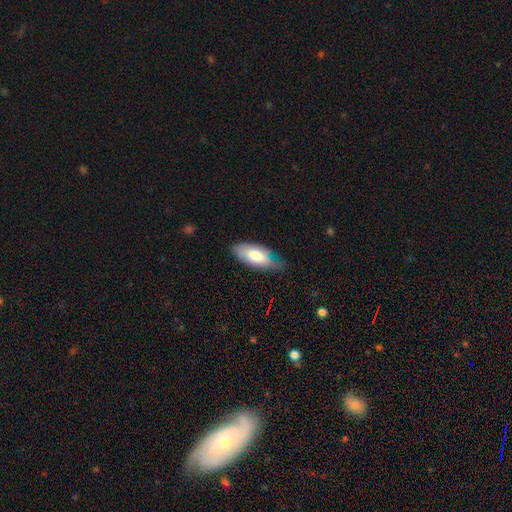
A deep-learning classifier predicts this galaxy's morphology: Q: Smooth or featured?
A: smooth (74%); runner-up: featured or disk (20%)
Q: How rounded?
A: in between (83%); runner-up: cigar-shaped (15%)
Q: Merging?
A: none (63%); runner-up: minor disturbance (30%)